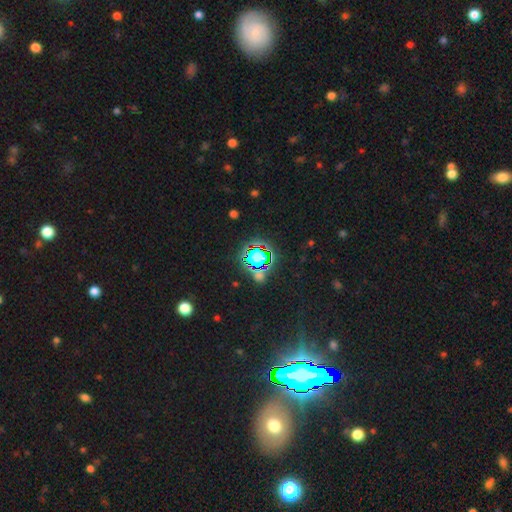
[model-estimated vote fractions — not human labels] A star or artifact, not a galaxy (82%).